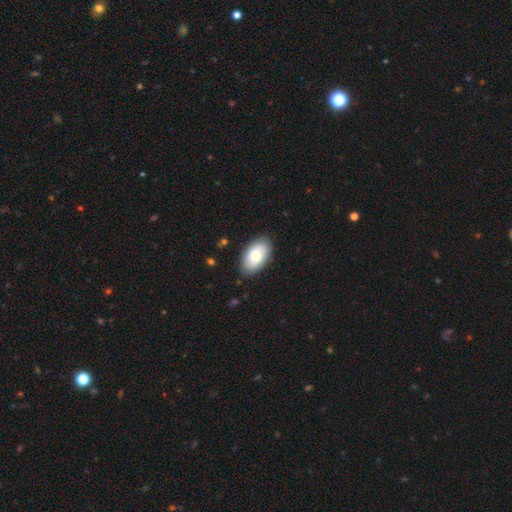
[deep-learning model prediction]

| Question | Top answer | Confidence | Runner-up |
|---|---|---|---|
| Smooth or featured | smooth | 77% | featured or disk (17%) |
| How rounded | in between | 94% | round (4%) |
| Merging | none | 86% | minor disturbance (11%) |